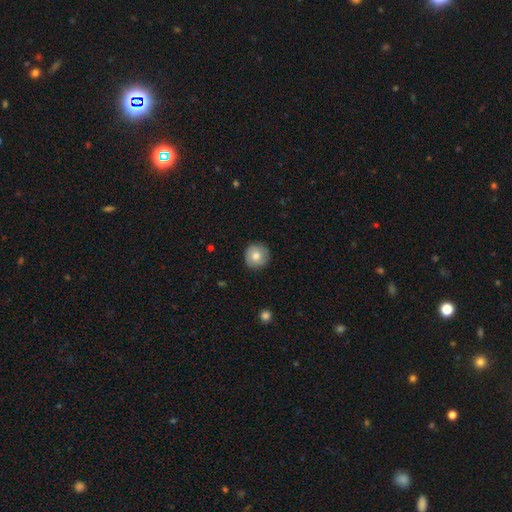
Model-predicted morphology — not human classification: type=smooth (74%); roundness=round (94%); merging=none (87%).